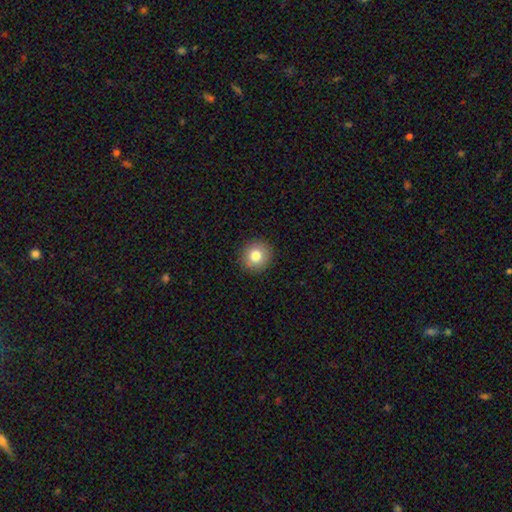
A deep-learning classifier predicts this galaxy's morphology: Smooth or featured?
  - smooth: 81% *
  - star or artifact: 10%
  - featured or disk: 10%
How rounded?
  - round: 90% *
  - in between: 9%
  - cigar-shaped: 1%
Merging?
  - none: 92% *
  - minor disturbance: 6%
  - major disturbance: 2%
  - merger: 1%